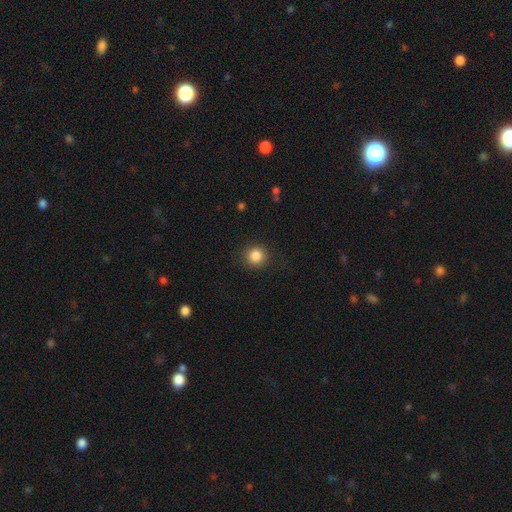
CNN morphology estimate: Q: Smooth or featured?
A: smooth (85%); runner-up: star or artifact (10%)
Q: How rounded?
A: round (92%); runner-up: in between (8%)
Q: Merging?
A: none (89%); runner-up: minor disturbance (7%)